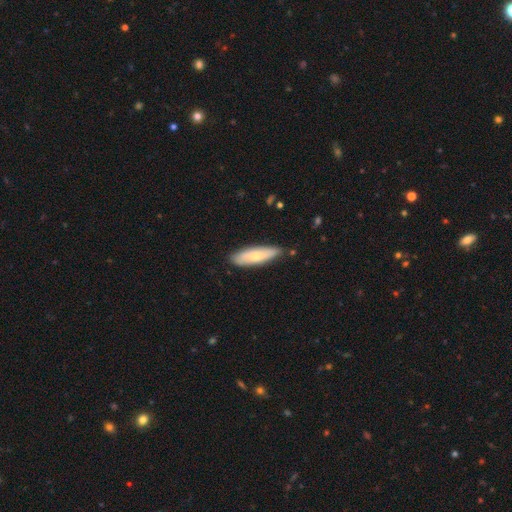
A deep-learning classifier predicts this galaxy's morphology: smooth_or_featured: smooth (p=0.71) [alt: featured or disk p=0.24]
how_rounded: cigar-shaped (p=0.59) [alt: in between p=0.39]
merging: none (p=0.79) [alt: minor disturbance p=0.17]